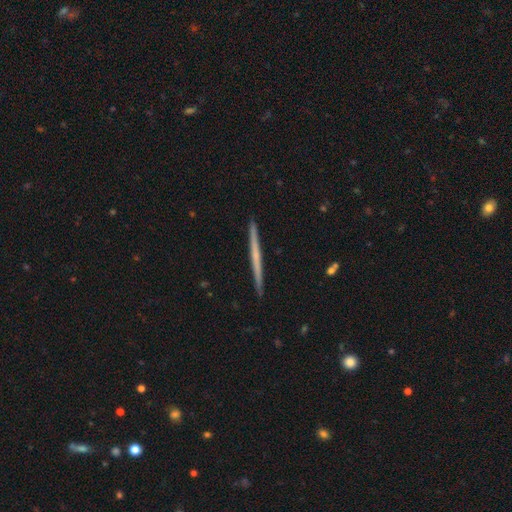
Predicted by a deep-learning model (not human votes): A featured or disk galaxy (59%) viewed edge-on (98%) with no central bulge (83%).

Vote fractions:
- Smooth or featured? featured or disk: 59% / smooth: 36% / star or artifact: 5%
- Edge-on disk? yes: 98% / no: 2%
- Edge-on bulge? none: 83% / rounded: 13% / boxy: 4%
- Merging? none: 93% / minor disturbance: 5% / major disturbance: 1% / merger: 1%